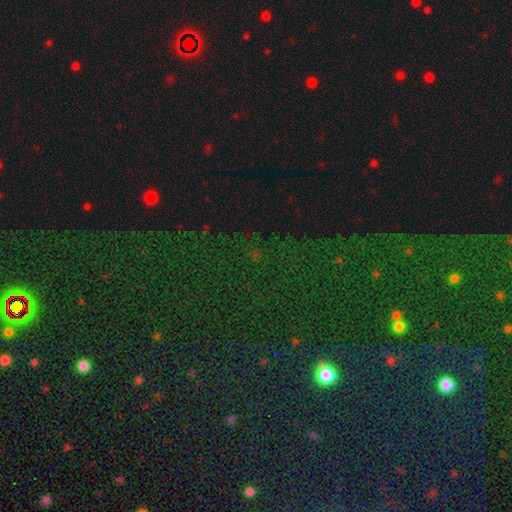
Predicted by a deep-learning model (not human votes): The model was most divided on "smooth or featured": star or artifact: 78%, smooth: 14%, featured or disk: 9%.